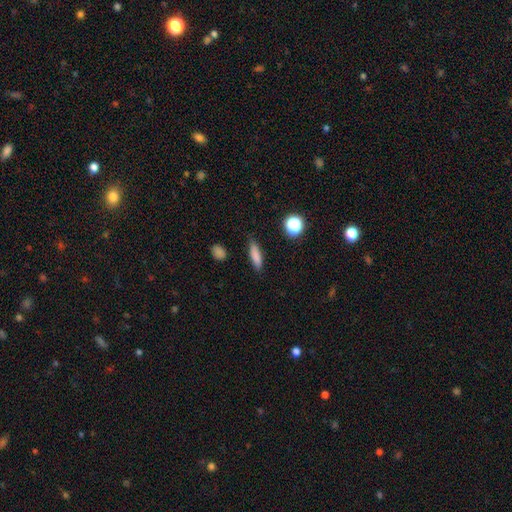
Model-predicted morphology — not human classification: This appears to be a smooth galaxy with no disk features (81%) that is cigar-shaped (65%). Merging: none (82%).